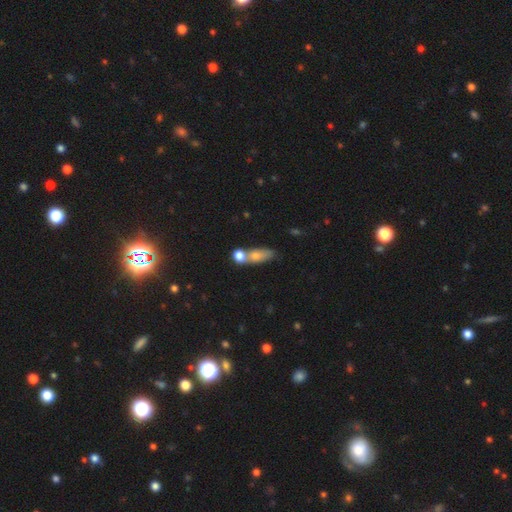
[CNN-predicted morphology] This appears to be a smooth galaxy with no disk features (73%) that is in between round and cigar-shaped (60%). Merging: merger (48%).